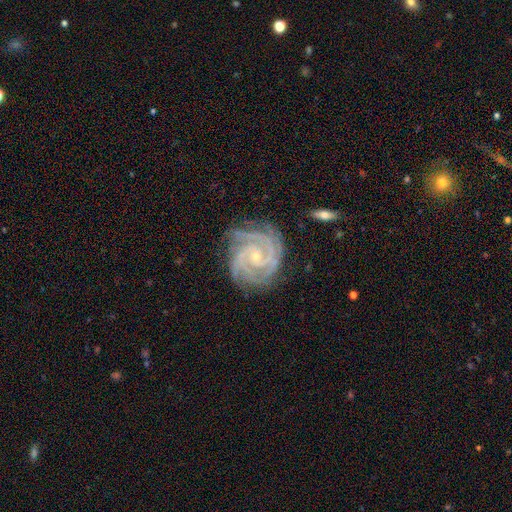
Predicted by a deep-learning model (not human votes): The model was most divided on "spiral arm count": 3: 36%, 4: 21%, 2: 21%, can't tell: 9%, more than 4: 7%, 1: 6%. More confident: spiral arms — yes (99%); edge-on disk — no (98%); smooth or featured — featured or disk (93%); bulge size — small (82%); spiral winding — tight (77%); merging — none (75%); bar — no (62%).